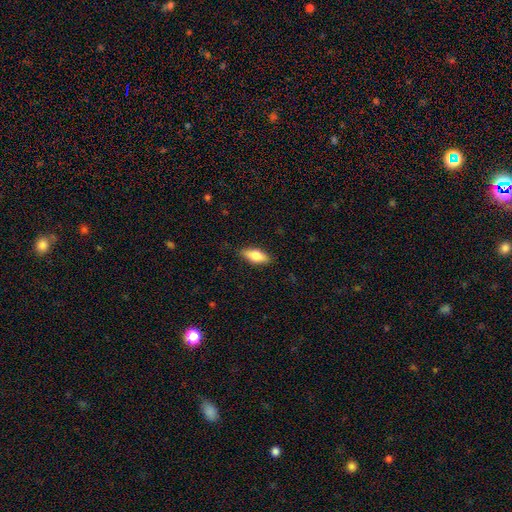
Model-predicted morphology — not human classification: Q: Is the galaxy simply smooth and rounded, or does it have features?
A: smooth — 75%.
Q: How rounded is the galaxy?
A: in between — 75%.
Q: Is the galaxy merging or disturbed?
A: none — 86%.